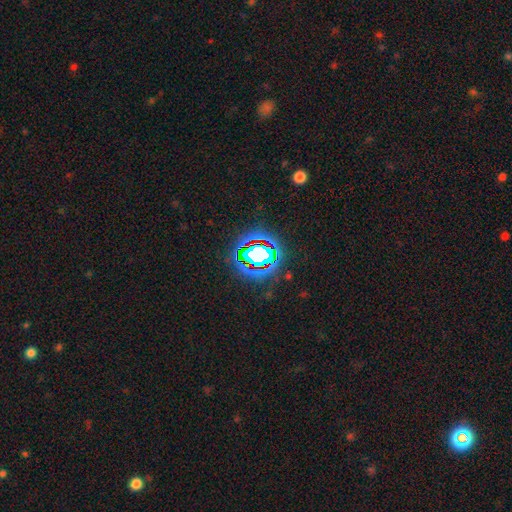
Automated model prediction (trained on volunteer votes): smooth_or_featured: star or artifact (p=0.70) [alt: smooth p=0.16]